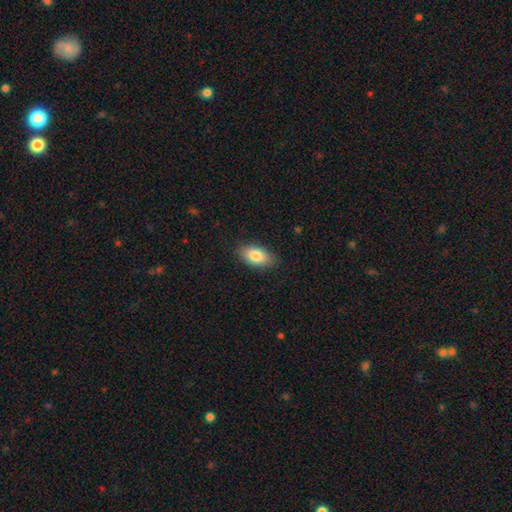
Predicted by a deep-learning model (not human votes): Q: Smooth or featured?
A: smooth (84%); runner-up: featured or disk (9%)
Q: How rounded?
A: in between (92%); runner-up: round (5%)
Q: Merging?
A: none (86%); runner-up: minor disturbance (10%)